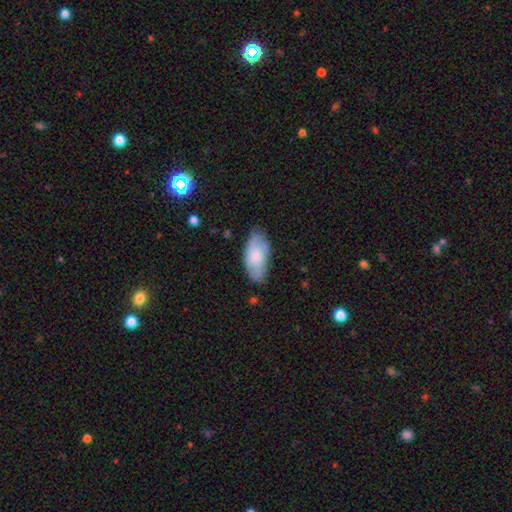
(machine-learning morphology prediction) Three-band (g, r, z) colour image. It shows a smooth galaxy with no disk features (71%) that is in between round and cigar-shaped (91%). Merging: none (72%).